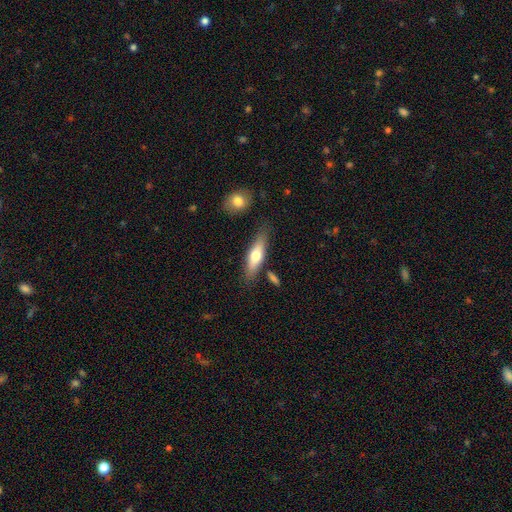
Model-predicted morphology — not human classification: Overall: smooth (59%; featured or disk 35%). How rounded: cigar-shaped (54%; in between 44%). Merging: none (77%).